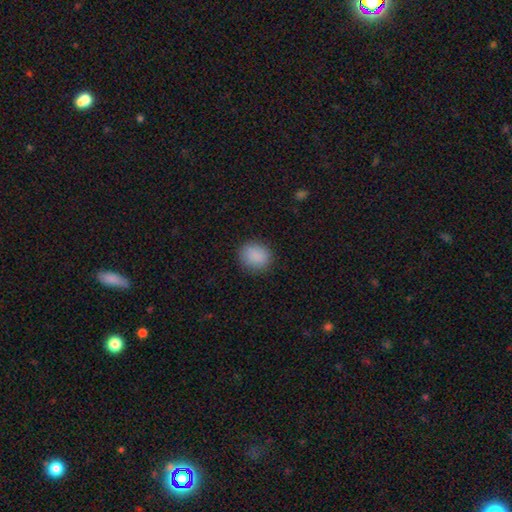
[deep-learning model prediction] Smooth or featured?
  - smooth: 87% *
  - star or artifact: 9%
  - featured or disk: 4%
How rounded?
  - round: 76% *
  - in between: 23%
  - cigar-shaped: 1%
Merging?
  - none: 87% *
  - minor disturbance: 10%
  - major disturbance: 3%
  - merger: 1%